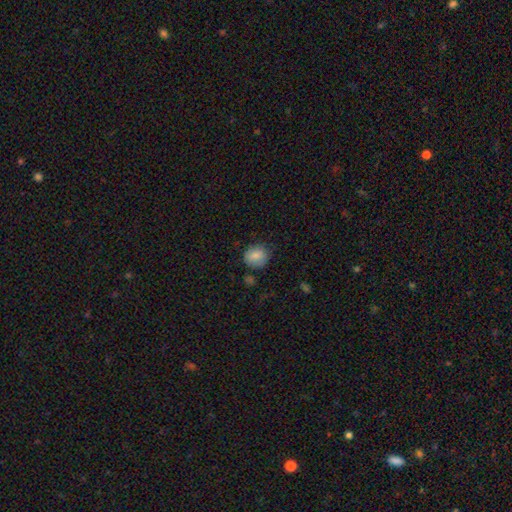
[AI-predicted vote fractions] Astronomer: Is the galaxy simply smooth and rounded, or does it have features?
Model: smooth — 83%.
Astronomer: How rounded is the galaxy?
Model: round — 79%.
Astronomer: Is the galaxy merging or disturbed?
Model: none — 75%.